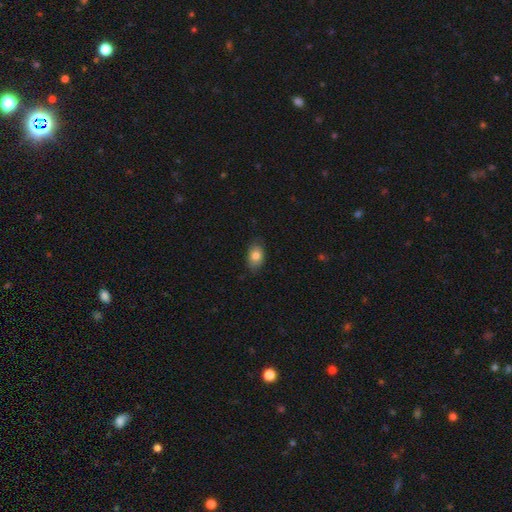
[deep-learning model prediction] Morphology: type=smooth (81%); roundness=in between (85%); merging=none (80%).